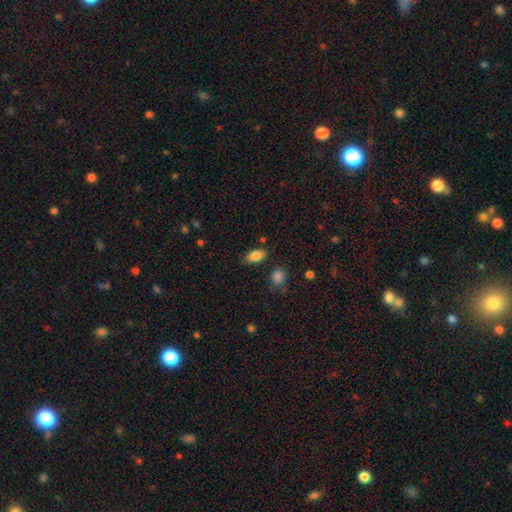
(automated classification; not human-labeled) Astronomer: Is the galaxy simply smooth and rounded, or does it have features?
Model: smooth — 85%.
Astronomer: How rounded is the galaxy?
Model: in between — 92%.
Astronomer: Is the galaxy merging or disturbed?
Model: none — 82%.